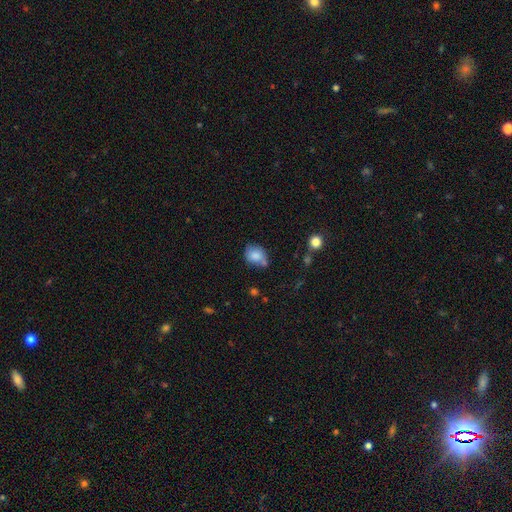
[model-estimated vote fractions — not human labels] Morphology: type=smooth (81%); roundness=round (55%); merging=none (52%).